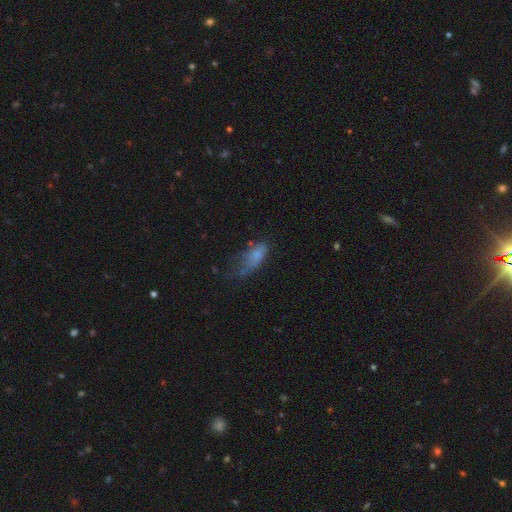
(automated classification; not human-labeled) smooth_or_featured: smooth (p=0.70) [alt: featured or disk p=0.18]
how_rounded: in between (p=0.76) [alt: cigar-shaped p=0.20]
merging: minor disturbance (p=0.34) [alt: none p=0.31]